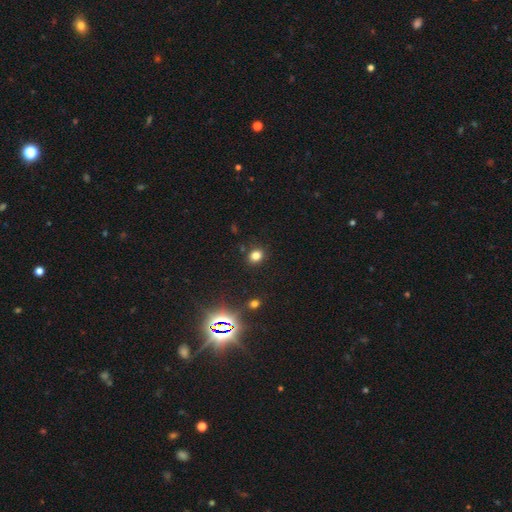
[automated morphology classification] Overall: smooth (77%). How rounded: round (65%; in between 34%). Merging: none (87%).